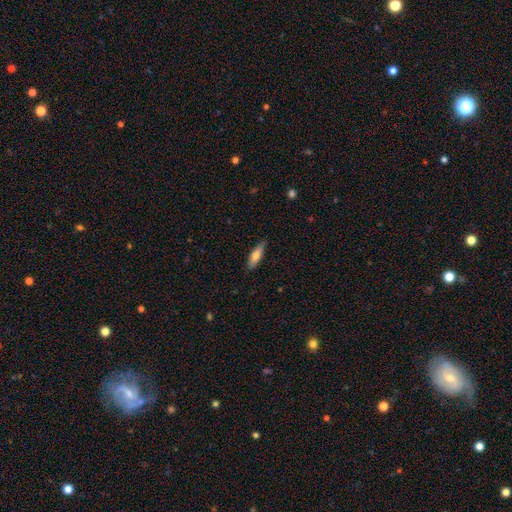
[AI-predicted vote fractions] smooth-or-featured: smooth: 71% | featured or disk: 23% | star or artifact: 6%
  how-rounded: cigar-shaped: 50% | in between: 48% | round: 2%
  merging: none: 82% | minor disturbance: 15% | major disturbance: 2% | merger: 1%